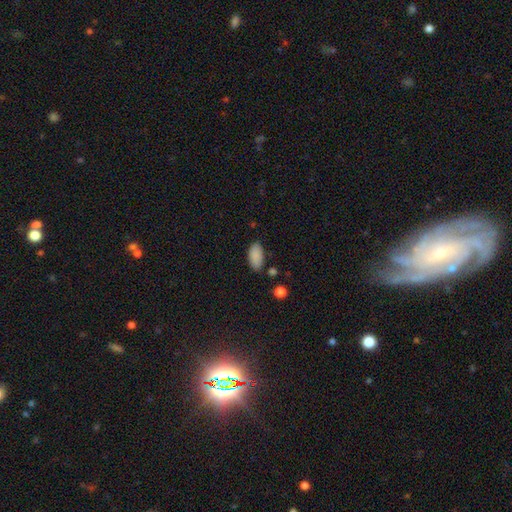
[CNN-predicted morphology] Smooth or featured? Predicted: smooth (p=0.88). How rounded? Predicted: in between (p=0.93). Merging? Predicted: none (p=0.80).